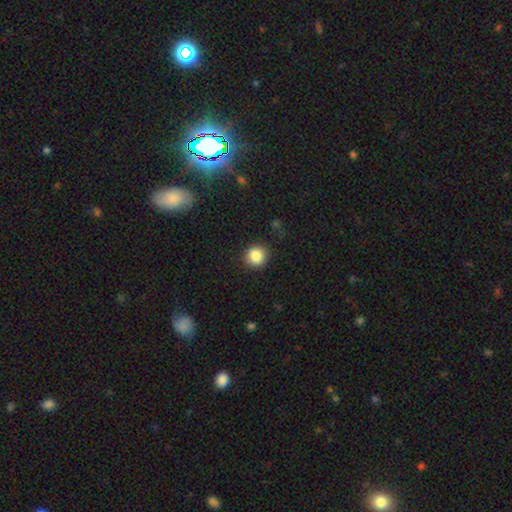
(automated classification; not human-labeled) Overall: smooth (86%). How rounded: round (88%). Merging: none (88%).